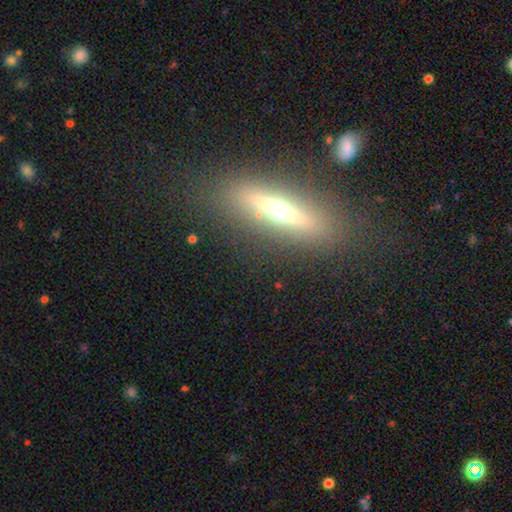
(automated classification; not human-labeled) Smooth or featured? Predicted: featured or disk (p=0.60). Edge-on disk? Predicted: yes (p=0.86). Edge-on bulge? Predicted: rounded (p=0.86). Merging? Predicted: none (p=0.81).